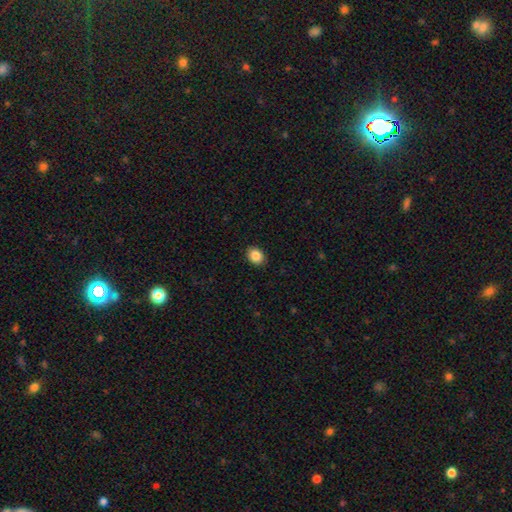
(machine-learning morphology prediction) smooth_or_featured: smooth (p=0.87) [alt: star or artifact p=0.09]
how_rounded: in between (p=0.56) [alt: round p=0.43]
merging: none (p=0.90) [alt: minor disturbance p=0.07]